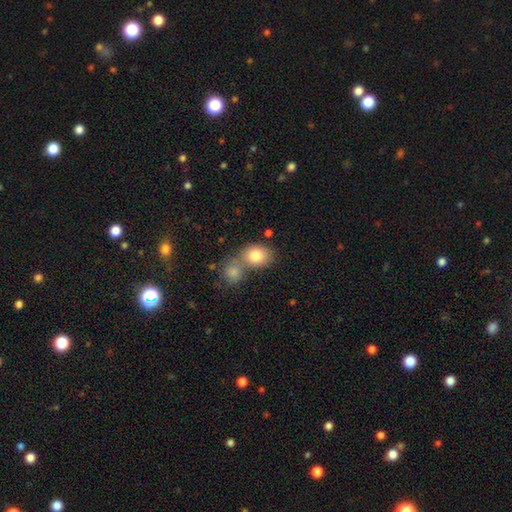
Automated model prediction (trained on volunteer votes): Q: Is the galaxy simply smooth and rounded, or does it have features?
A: smooth — 81%.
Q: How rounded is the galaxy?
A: round — 52%.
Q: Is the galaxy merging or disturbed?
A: merger — 45%.